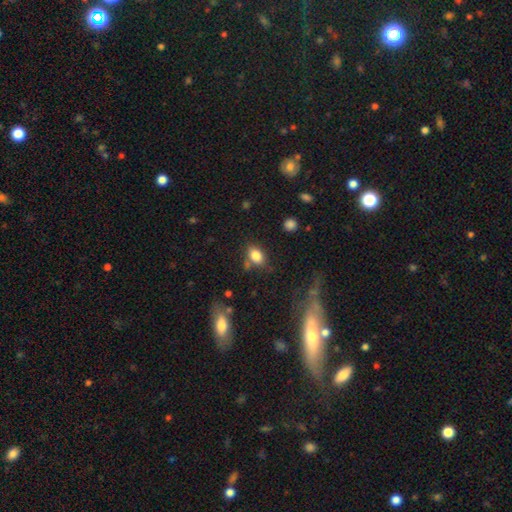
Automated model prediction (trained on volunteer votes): This appears to be a smooth galaxy with no disk features (82%) that is in between round and cigar-shaped (81%). Merging: none (70%).